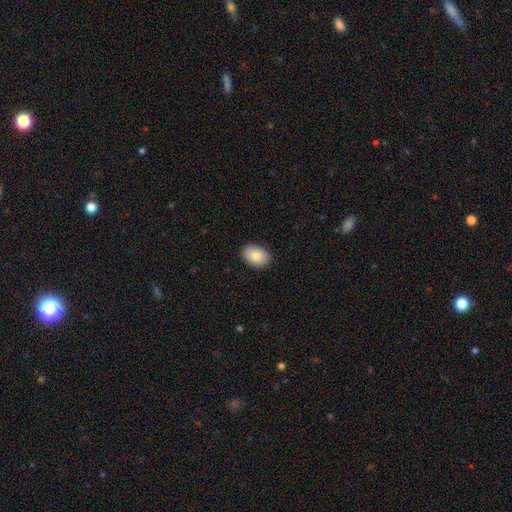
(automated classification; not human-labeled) Smooth or featured? smooth (84%)
How rounded? in between (83%)
Merging? none (86%)